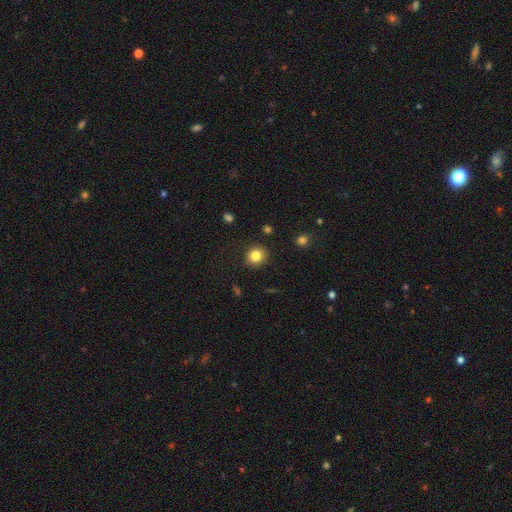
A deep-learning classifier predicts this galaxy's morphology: Smooth or featured? smooth (83%)
How rounded? round (88%)
Merging? none (89%)